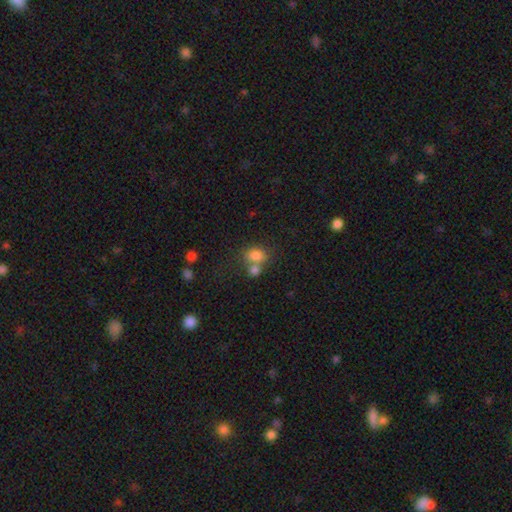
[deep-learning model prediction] Smooth or featured?
  - smooth: 80% *
  - star or artifact: 11%
  - featured or disk: 9%
How rounded?
  - in between: 55% *
  - round: 44%
  - cigar-shaped: 1%
Merging?
  - none: 45% *
  - merger: 40%
  - minor disturbance: 11%
  - major disturbance: 5%